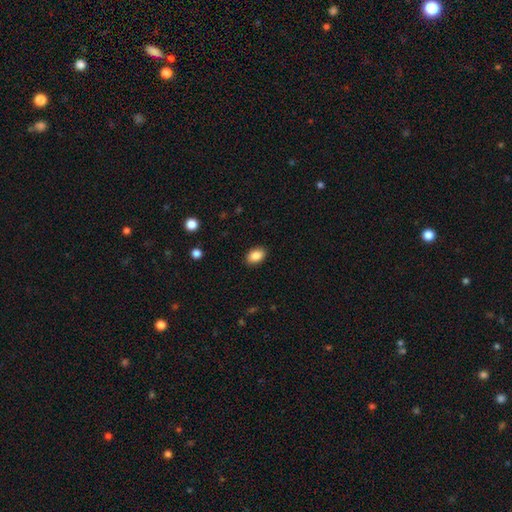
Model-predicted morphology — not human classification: A smooth galaxy with no disk features (87%) that is in between round and cigar-shaped (84%). Merging: none (89%).